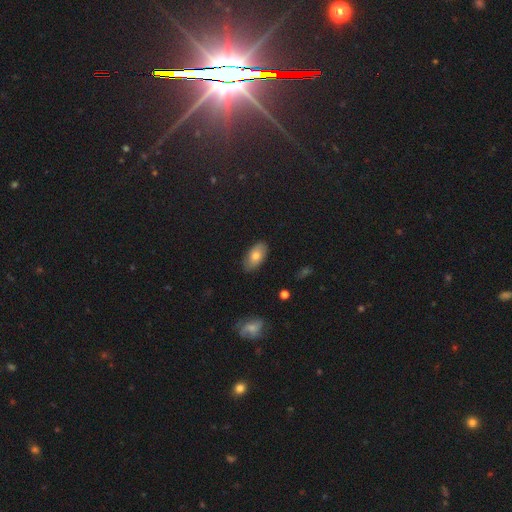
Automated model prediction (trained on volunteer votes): smooth 74%, featured or disk 18%, star or artifact 8%. Down the decision tree: how rounded — in between (94%); merging — none (84%).